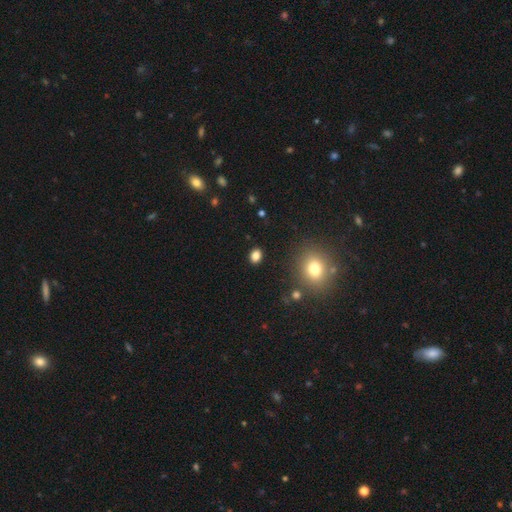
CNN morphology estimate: Q: Smooth or featured?
A: smooth (83%); runner-up: star or artifact (13%)
Q: How rounded?
A: in between (61%); runner-up: round (38%)
Q: Merging?
A: none (88%); runner-up: minor disturbance (8%)